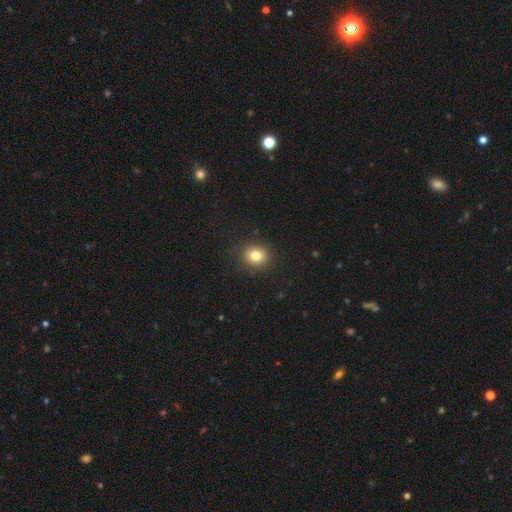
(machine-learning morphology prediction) smooth 80%, star or artifact 12%, featured or disk 7%. Down the decision tree: how rounded — round (82%); merging — none (90%).